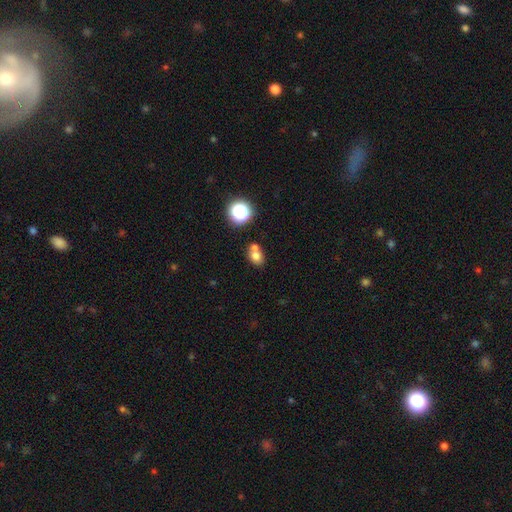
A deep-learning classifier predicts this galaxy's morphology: Smooth or featured?
  - smooth: 72% *
  - star or artifact: 14%
  - featured or disk: 13%
How rounded?
  - round: 52% *
  - in between: 47%
  - cigar-shaped: 1%
Merging?
  - none: 46% *
  - merger: 41%
  - minor disturbance: 10%
  - major disturbance: 3%